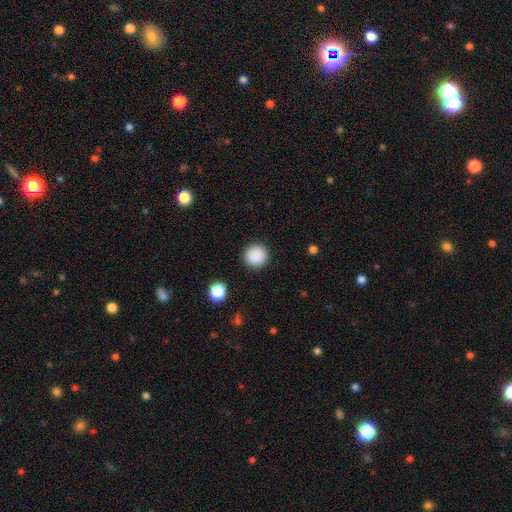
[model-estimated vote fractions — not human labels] Smooth or featured? Predicted: smooth (p=0.88). How rounded? Predicted: round (p=0.95). Merging? Predicted: none (p=0.91).